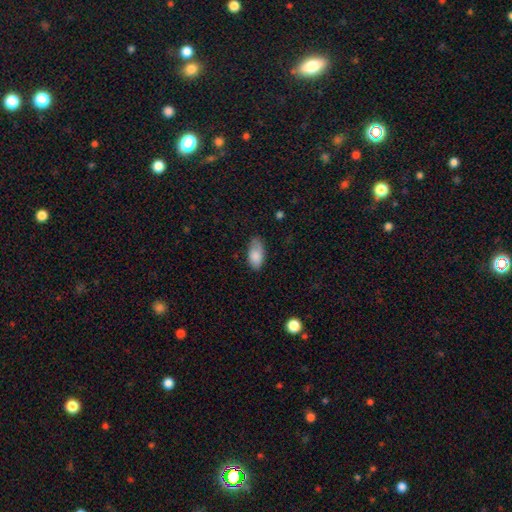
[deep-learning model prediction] smooth-or-featured: smooth: 85% | featured or disk: 9% | star or artifact: 7%
  how-rounded: in between: 93% | cigar-shaped: 4% | round: 3%
  merging: none: 68% | minor disturbance: 25% | major disturbance: 5% | merger: 1%